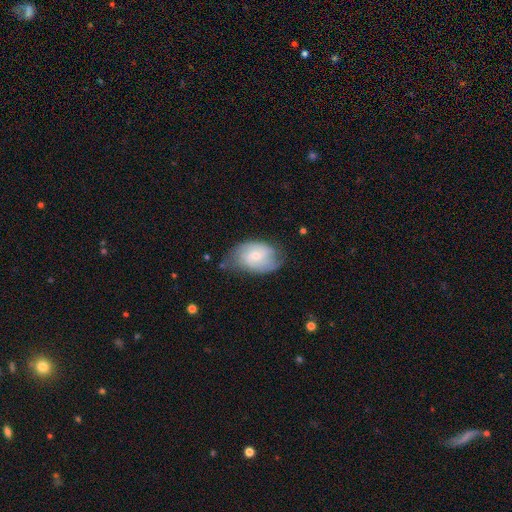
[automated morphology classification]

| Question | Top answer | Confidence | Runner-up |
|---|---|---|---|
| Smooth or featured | featured or disk | 60% | smooth (33%) |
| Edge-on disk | no | 96% | yes (4%) |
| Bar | no | 54% | weak (39%) |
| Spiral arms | yes | 88% | no (12%) |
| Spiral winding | medium | 44% | tight (37%) |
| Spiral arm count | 2 | 62% | can't tell (22%) |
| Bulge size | small | 58% | moderate (37%) |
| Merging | none | 59% | minor disturbance (29%) |